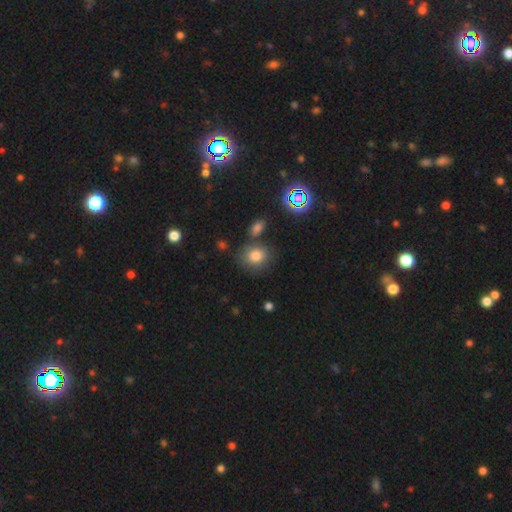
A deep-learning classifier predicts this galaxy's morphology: Overall: smooth (75%). How rounded: round (69%). Merging: none (72%).